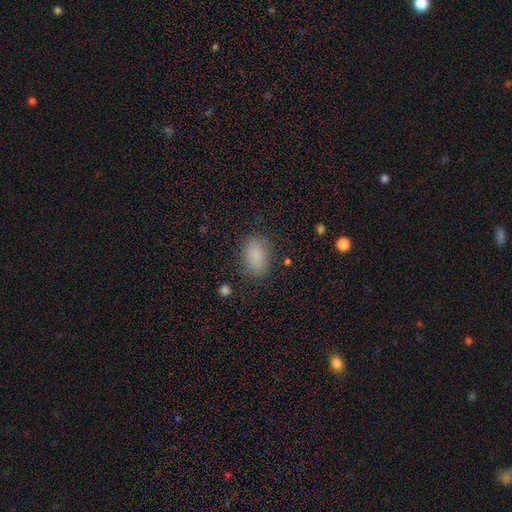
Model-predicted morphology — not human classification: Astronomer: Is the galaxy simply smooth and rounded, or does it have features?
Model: smooth — 86%.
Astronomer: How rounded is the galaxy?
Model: in between — 86%.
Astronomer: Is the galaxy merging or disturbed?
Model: none — 81%.